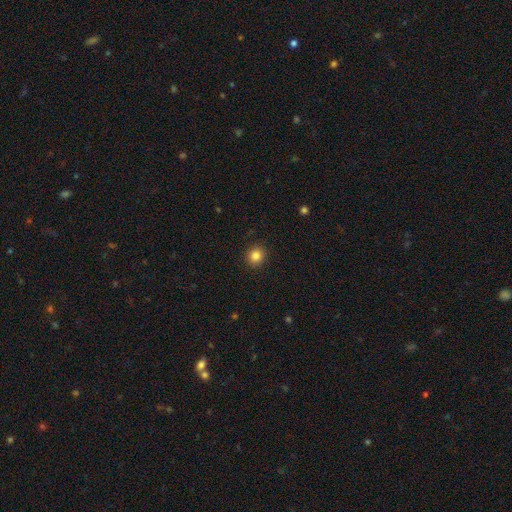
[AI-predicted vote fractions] The model was most divided on "smooth or featured": smooth: 84%, star or artifact: 11%, featured or disk: 5%. More confident: merging — none (92%); how rounded — round (90%).